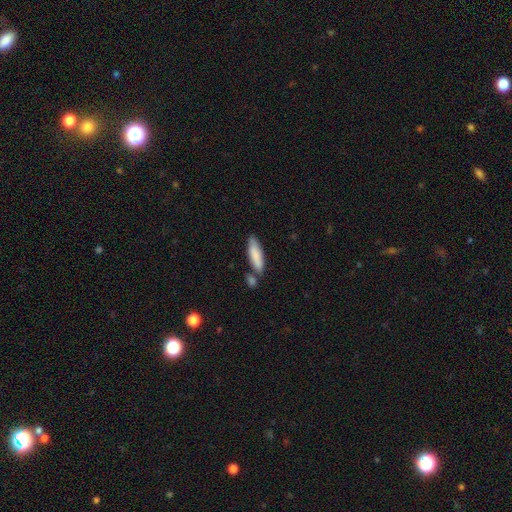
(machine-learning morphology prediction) Smooth or featured? Predicted: smooth (p=0.83). How rounded? Predicted: cigar-shaped (p=0.58). Merging? Predicted: none (p=0.65).